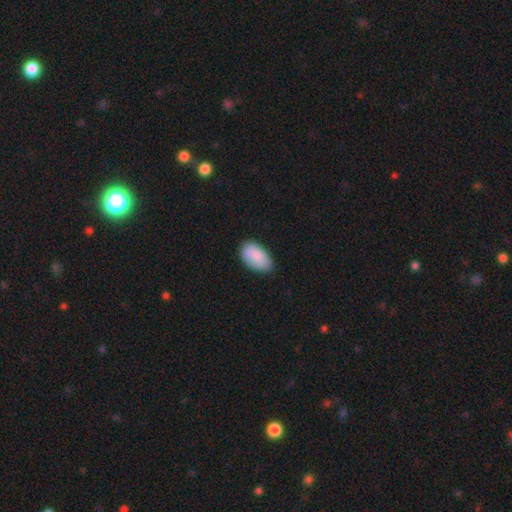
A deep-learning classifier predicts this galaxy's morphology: A smooth galaxy with no disk features (87%) that is in between round and cigar-shaped (95%).

Vote fractions:
- Smooth or featured? smooth: 87% / featured or disk: 7% / star or artifact: 6%
- How rounded? in between: 95% / round: 4% / cigar-shaped: 1%
- Merging? none: 72% / minor disturbance: 23% / major disturbance: 4% / merger: 1%